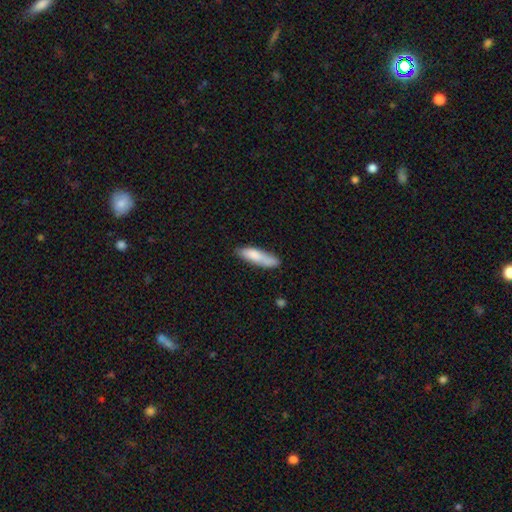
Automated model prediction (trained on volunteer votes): Overall: smooth (79%). How rounded: cigar-shaped (63%; in between 36%). Merging: none (58%; minor disturbance 26%).